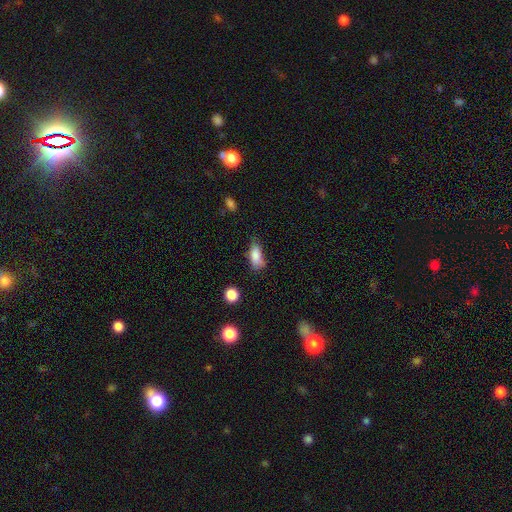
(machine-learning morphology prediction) Smooth or featured?
  - smooth: 83% *
  - featured or disk: 9%
  - star or artifact: 9%
How rounded?
  - in between: 84% *
  - cigar-shaped: 12%
  - round: 4%
Merging?
  - none: 53% *
  - minor disturbance: 33%
  - major disturbance: 10%
  - merger: 4%